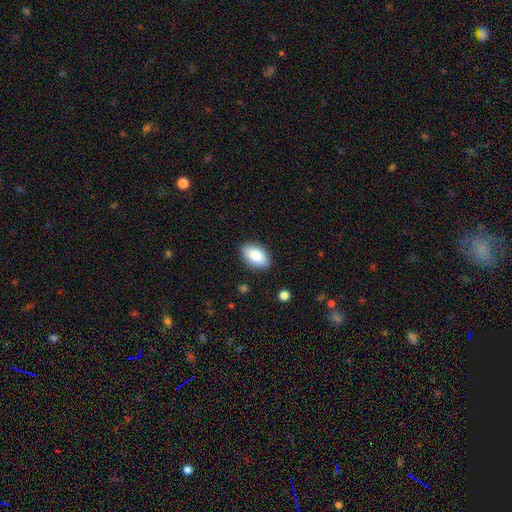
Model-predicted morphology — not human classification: smooth-or-featured: smooth: 85% | featured or disk: 8% | star or artifact: 7%
  how-rounded: in between: 93% | round: 4% | cigar-shaped: 2%
  merging: none: 87% | minor disturbance: 9% | major disturbance: 2% | merger: 1%